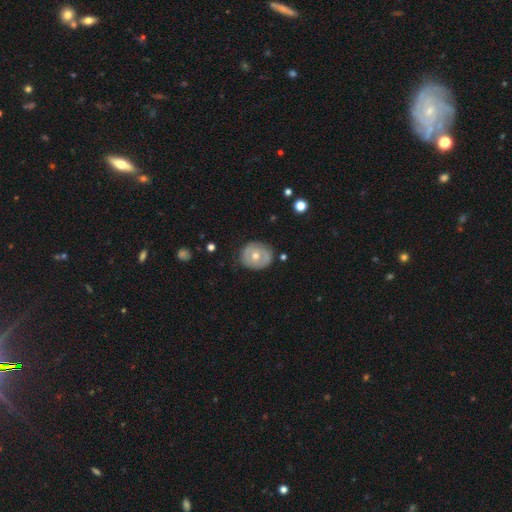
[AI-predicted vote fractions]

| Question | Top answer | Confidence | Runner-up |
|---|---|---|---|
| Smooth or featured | featured or disk | 52% | smooth (41%) |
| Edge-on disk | no | 95% | yes (5%) |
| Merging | none | 78% | minor disturbance (16%) |